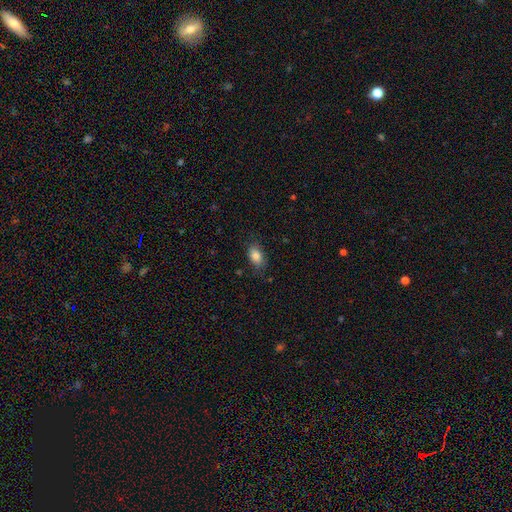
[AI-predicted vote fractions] Smooth or featured? Predicted: smooth (p=0.85). How rounded? Predicted: in between (p=0.90). Merging? Predicted: none (p=0.78).